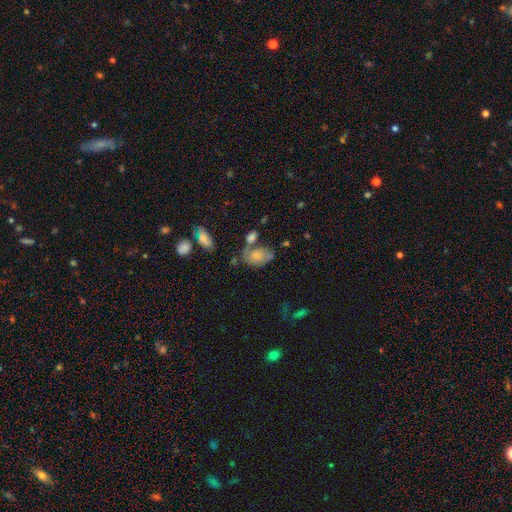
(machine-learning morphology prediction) A smooth galaxy with no disk features (49%).

Vote fractions:
- Smooth or featured? smooth: 49% / featured or disk: 37% / star or artifact: 15%
- Merging? none: 43% / minor disturbance: 23% / merger: 19% / major disturbance: 14%